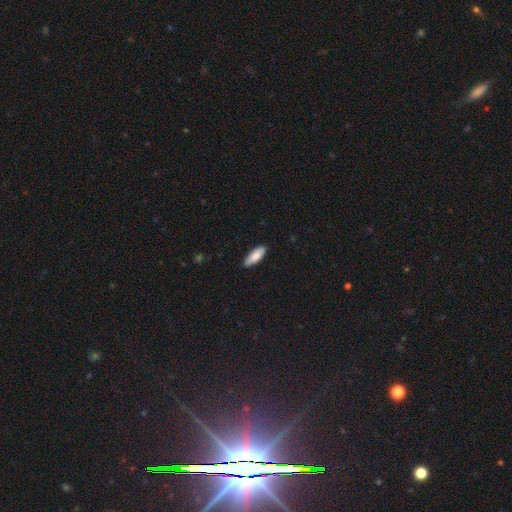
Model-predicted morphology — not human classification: smooth 85%, featured or disk 10%, star or artifact 6%. Down the decision tree: how rounded — in between (65%); merging — none (83%).